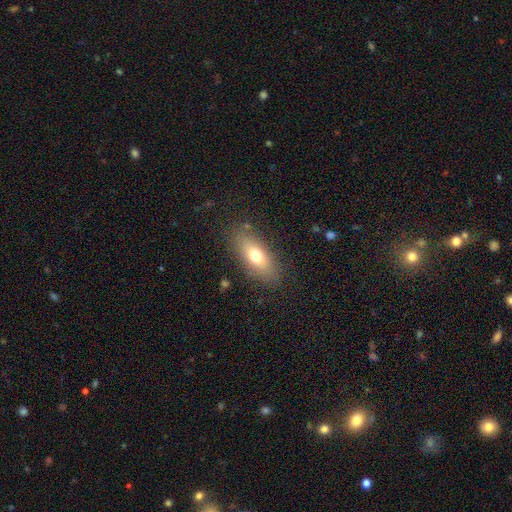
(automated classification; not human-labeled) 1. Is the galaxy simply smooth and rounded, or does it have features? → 69% smooth, 22% featured or disk, 9% star or artifact.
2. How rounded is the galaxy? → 73% in between, 21% cigar-shaped, 5% round.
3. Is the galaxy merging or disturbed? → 83% none, 11% minor disturbance, 4% major disturbance, 1% merger.